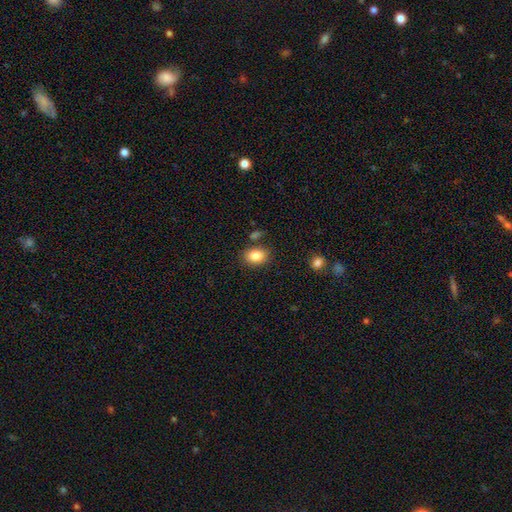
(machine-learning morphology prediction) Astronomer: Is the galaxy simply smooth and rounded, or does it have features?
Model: smooth — 84%.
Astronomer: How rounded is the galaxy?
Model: in between — 70%.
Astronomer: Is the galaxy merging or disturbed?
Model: none — 81%.